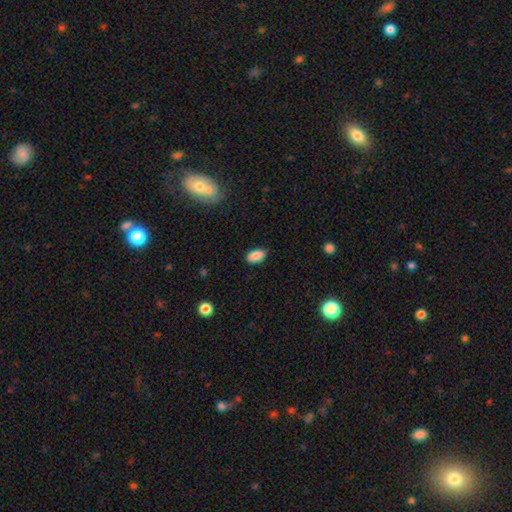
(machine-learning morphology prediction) A smooth galaxy with no disk features (89%) that is in between round and cigar-shaped (92%).

Vote fractions:
- Smooth or featured? smooth: 89% / star or artifact: 8% / featured or disk: 4%
- How rounded? in between: 92% / round: 4% / cigar-shaped: 3%
- Merging? none: 86% / minor disturbance: 10% / major disturbance: 2% / merger: 1%